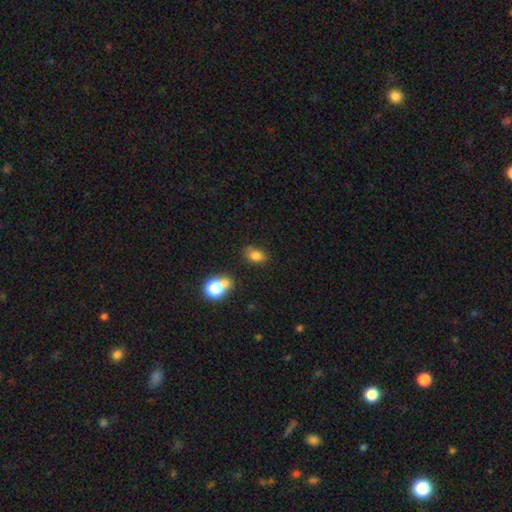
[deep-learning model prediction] Morphology: type=smooth (78%); roundness=in between (74%); merging=none (69%).